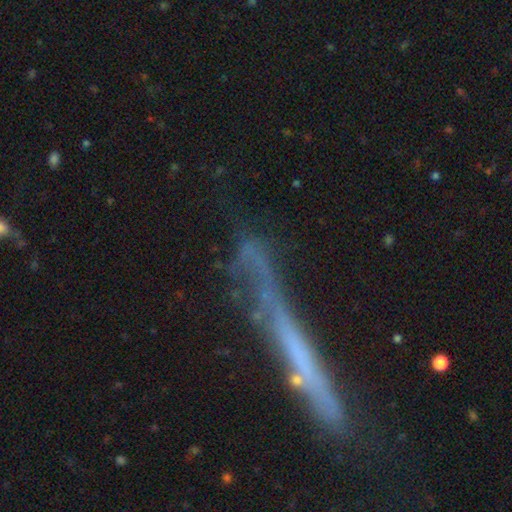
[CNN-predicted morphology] Smooth or featured? featured or disk (43%)
Merging? none (54%)